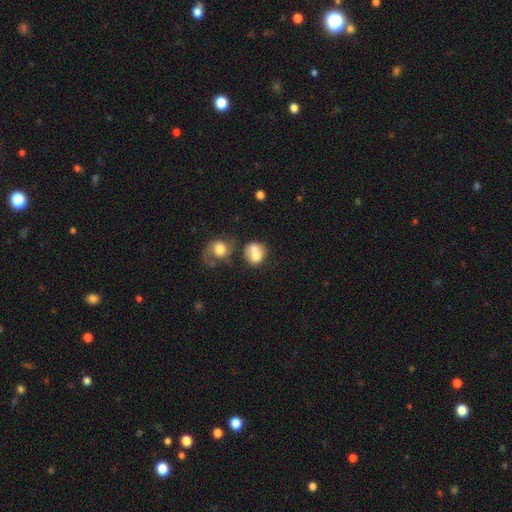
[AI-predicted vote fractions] Smooth or featured? Predicted: smooth (p=0.68). How rounded? Predicted: round (p=0.66). Merging? Predicted: merger (p=0.57).